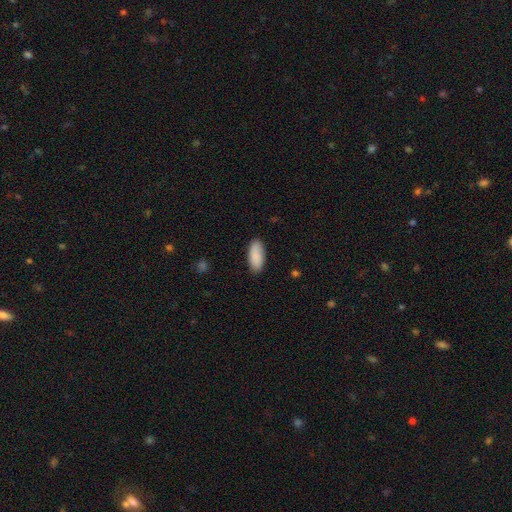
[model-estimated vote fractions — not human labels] This appears to be a smooth galaxy with no disk features (90%) that is in between round and cigar-shaped (85%). Merging: none (87%).